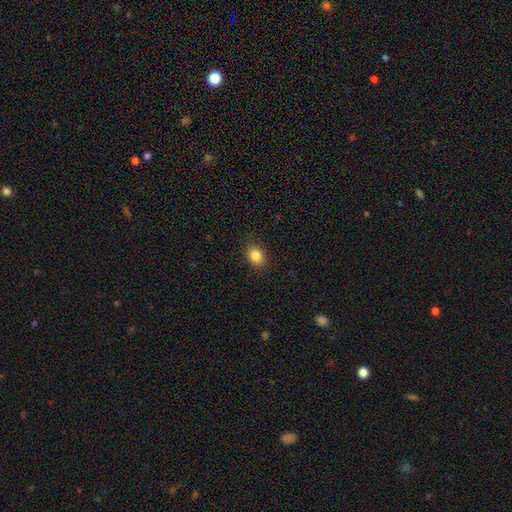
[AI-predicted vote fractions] Morphology: type=smooth (85%); roundness=round (55%); merging=none (88%).